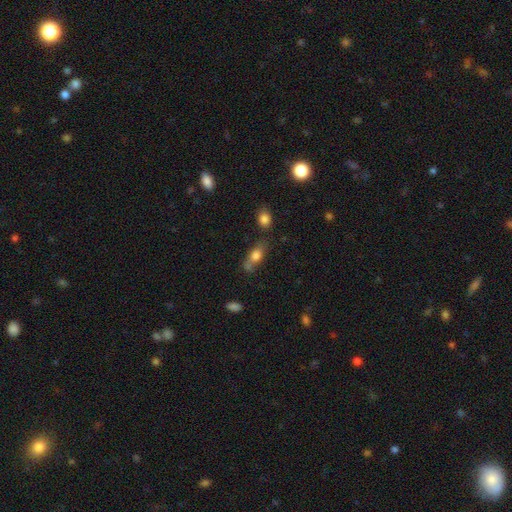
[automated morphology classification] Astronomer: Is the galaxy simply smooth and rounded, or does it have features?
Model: smooth — 74%.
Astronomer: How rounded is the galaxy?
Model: in between — 75%.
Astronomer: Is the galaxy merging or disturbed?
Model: none — 49%.